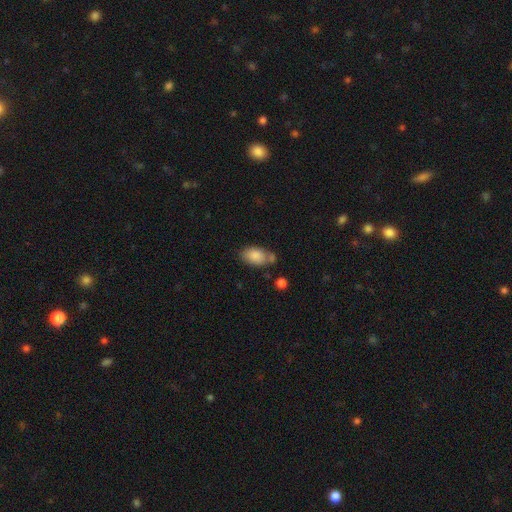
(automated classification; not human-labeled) smooth-or-featured: smooth: 84% | featured or disk: 9% | star or artifact: 7%
  how-rounded: in between: 91% | round: 7% | cigar-shaped: 2%
  merging: none: 57% | minor disturbance: 21% | merger: 17% | major disturbance: 6%